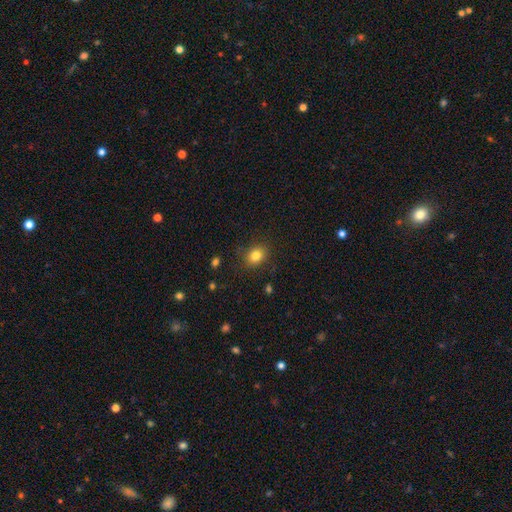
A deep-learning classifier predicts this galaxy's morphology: Smooth or featured? Predicted: smooth (p=0.82). How rounded? Predicted: round (p=0.53). Merging? Predicted: none (p=0.84).